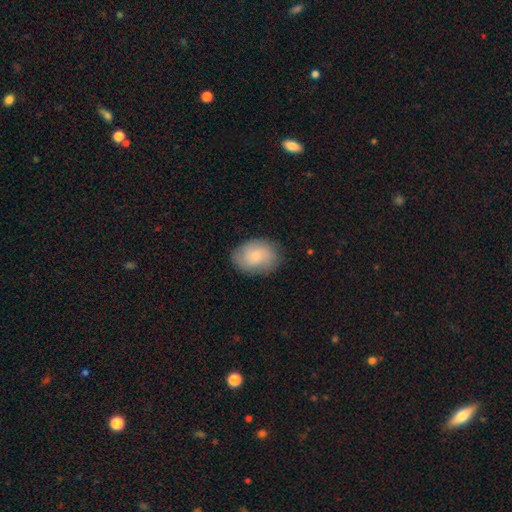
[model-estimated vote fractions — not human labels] smooth-or-featured: smooth: 69% | featured or disk: 24% | star or artifact: 7%
  how-rounded: in between: 70% | round: 29% | cigar-shaped: 1%
  merging: none: 80% | minor disturbance: 15% | major disturbance: 4% | merger: 1%